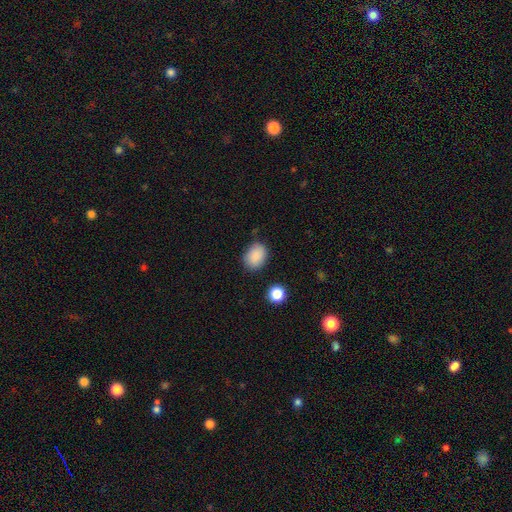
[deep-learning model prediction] Smooth or featured?
  - smooth: 87% *
  - star or artifact: 8%
  - featured or disk: 4%
How rounded?
  - in between: 64% *
  - round: 35%
  - cigar-shaped: 1%
Merging?
  - none: 78% *
  - minor disturbance: 16%
  - major disturbance: 4%
  - merger: 3%